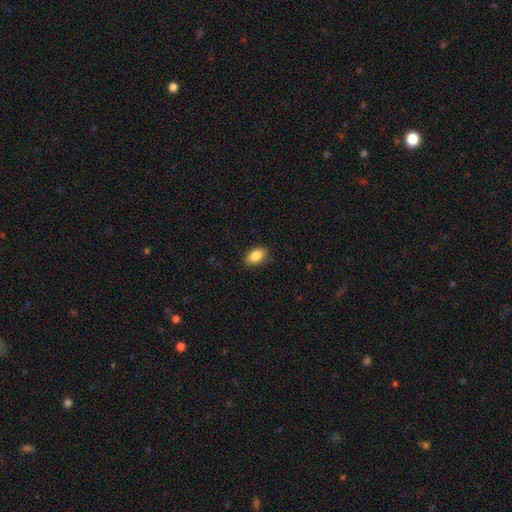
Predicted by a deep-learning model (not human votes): Overall: smooth (85%). How rounded: in between (88%). Merging: none (85%).